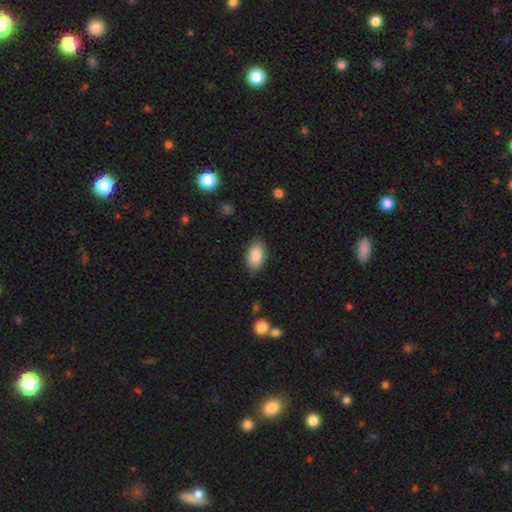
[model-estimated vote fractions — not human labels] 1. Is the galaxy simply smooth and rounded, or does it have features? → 86% smooth, 7% featured or disk, 7% star or artifact.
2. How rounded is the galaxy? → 94% in between, 4% round, 2% cigar-shaped.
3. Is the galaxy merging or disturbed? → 85% none, 11% minor disturbance, 2% major disturbance, 1% merger.